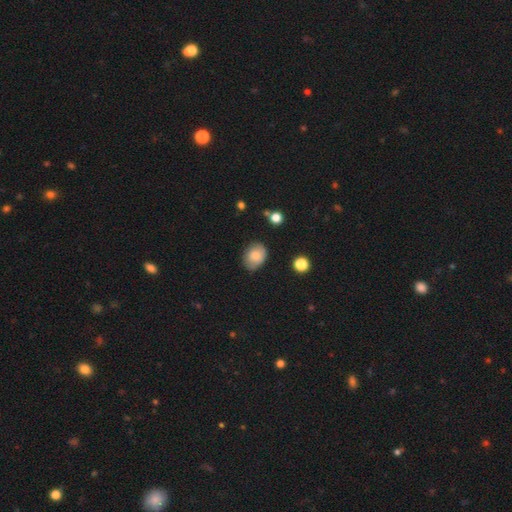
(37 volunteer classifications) Smooth or featured? smooth (81%)
How rounded? round (60%)
Merging? none (80%)